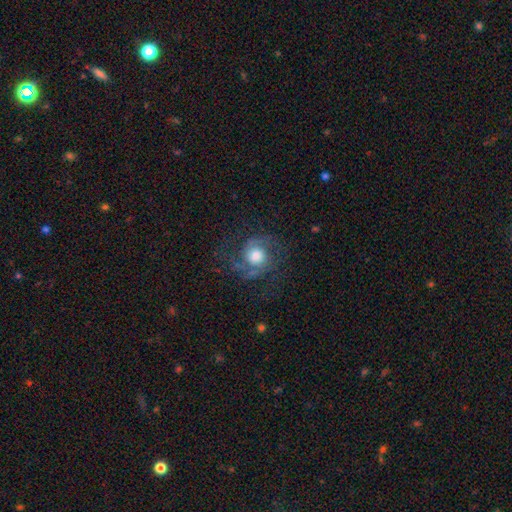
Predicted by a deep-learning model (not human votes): Q: Smooth or featured?
A: featured or disk (70%); runner-up: smooth (21%)
Q: Edge-on disk?
A: no (98%); runner-up: yes (2%)
Q: Bar?
A: no (73%); runner-up: weak (23%)
Q: Spiral arms?
A: yes (91%); runner-up: no (9%)
Q: Spiral winding?
A: medium (50%); runner-up: loose (28%)
Q: Spiral arm count?
A: 2 (72%); runner-up: can't tell (10%)
Q: Bulge size?
A: moderate (46%); runner-up: large (37%)
Q: Merging?
A: none (62%); runner-up: major disturbance (19%)